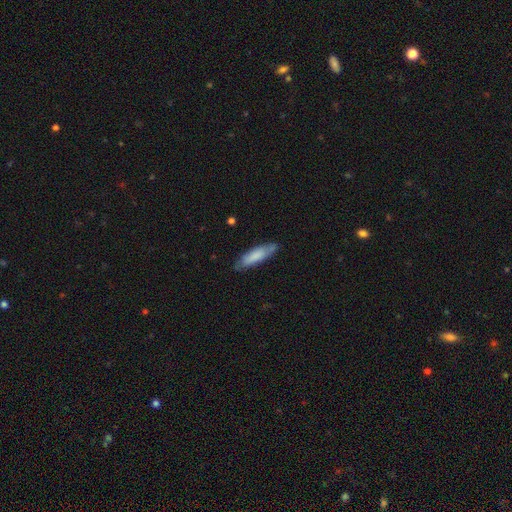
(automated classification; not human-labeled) A smooth galaxy with no disk features (76%) that is cigar-shaped (66%). Merging: none (77%).